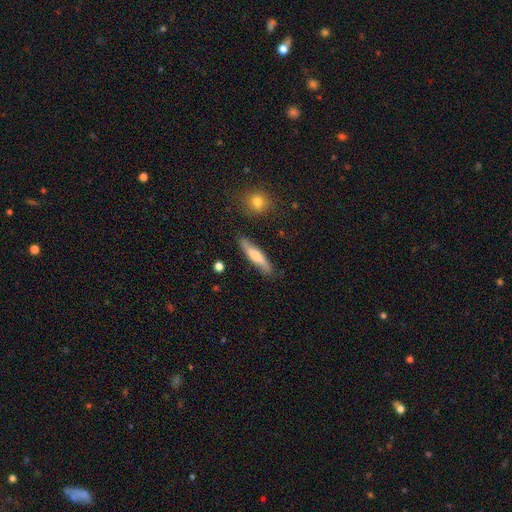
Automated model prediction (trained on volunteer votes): smooth-or-featured: smooth: 62% | featured or disk: 33% | star or artifact: 5%
  how-rounded: cigar-shaped: 83% | in between: 16% | round: 2%
  merging: none: 83% | minor disturbance: 12% | major disturbance: 2% | merger: 2%